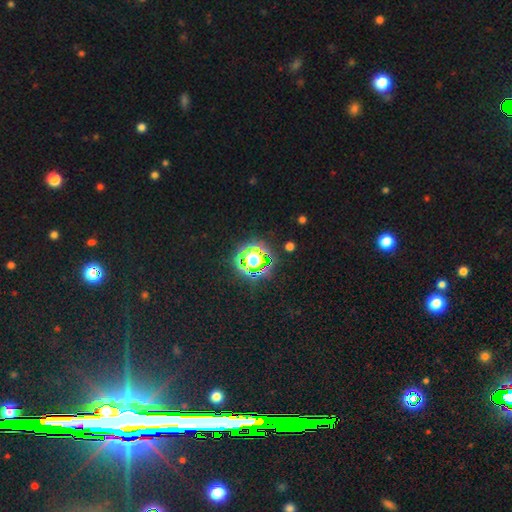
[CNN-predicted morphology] Overall: star or artifact (59%; smooth 31%).